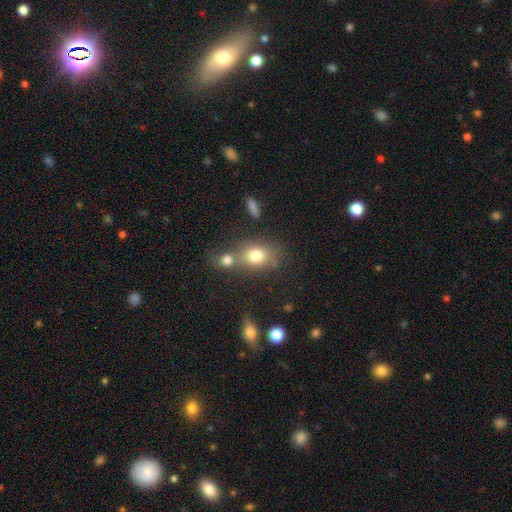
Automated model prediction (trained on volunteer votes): This appears to be a smooth galaxy with no disk features (75%) that is in between round and cigar-shaped (60%). Merging: none (49%).